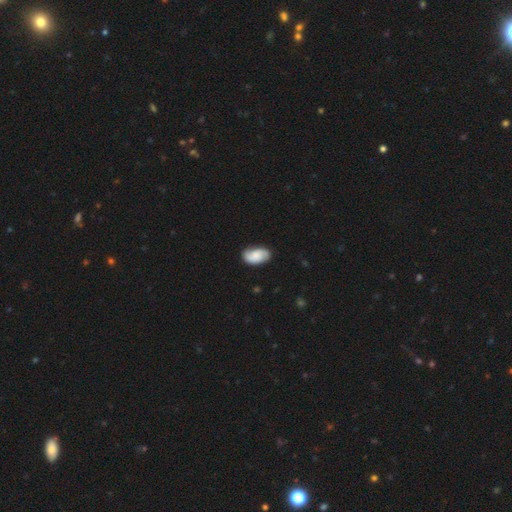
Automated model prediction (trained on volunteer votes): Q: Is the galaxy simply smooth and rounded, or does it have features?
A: smooth — 53%.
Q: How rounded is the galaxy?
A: in between — 93%.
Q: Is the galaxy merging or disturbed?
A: none — 79%.